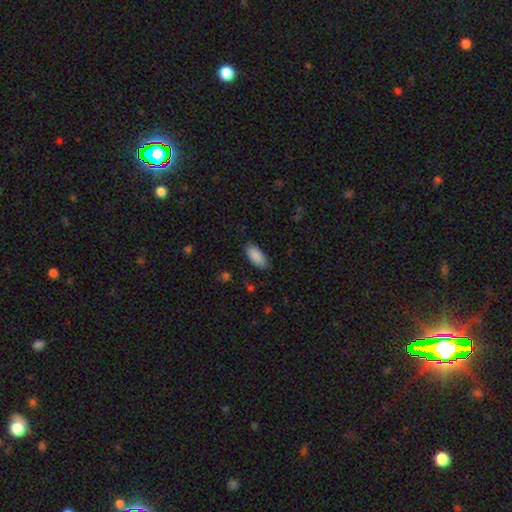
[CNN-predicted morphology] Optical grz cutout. It shows a smooth galaxy with no disk features (90%) that is in between round and cigar-shaped (89%). Merging: none (86%).